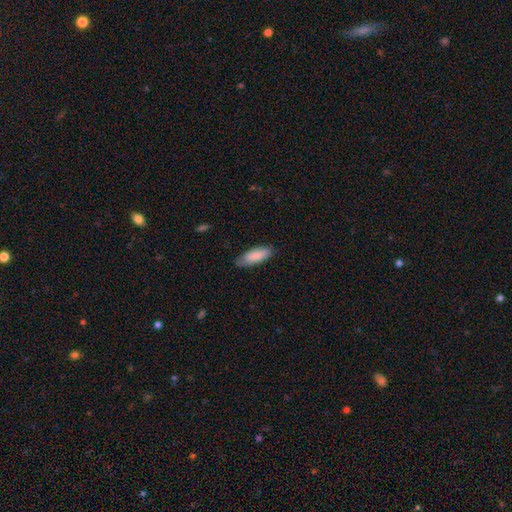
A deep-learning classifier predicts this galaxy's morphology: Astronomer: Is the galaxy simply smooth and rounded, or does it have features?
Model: smooth — 85%.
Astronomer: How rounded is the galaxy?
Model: in between — 70%.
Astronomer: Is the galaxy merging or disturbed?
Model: none — 73%.